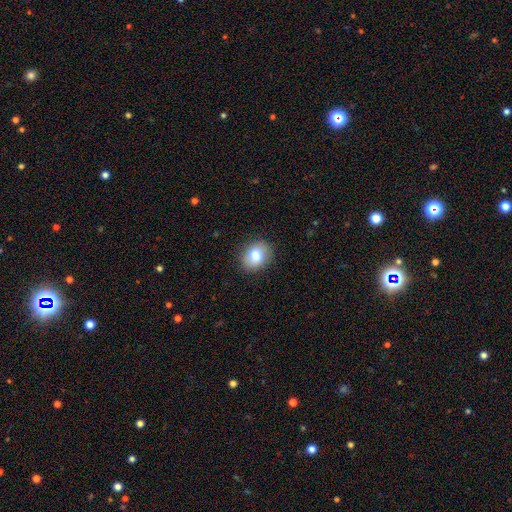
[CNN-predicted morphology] The model was most divided on "how rounded": in between: 50%, round: 49%, cigar-shaped: 1%. More confident: merging — none (88%); smooth or featured — smooth (79%).